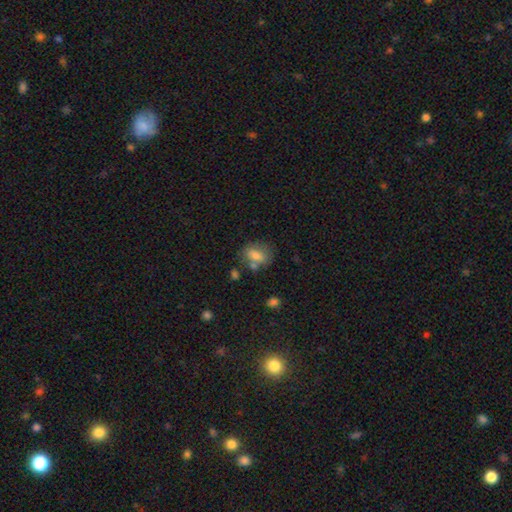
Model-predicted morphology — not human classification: type=smooth (74%); roundness=in between (74%); merging=none (59%).